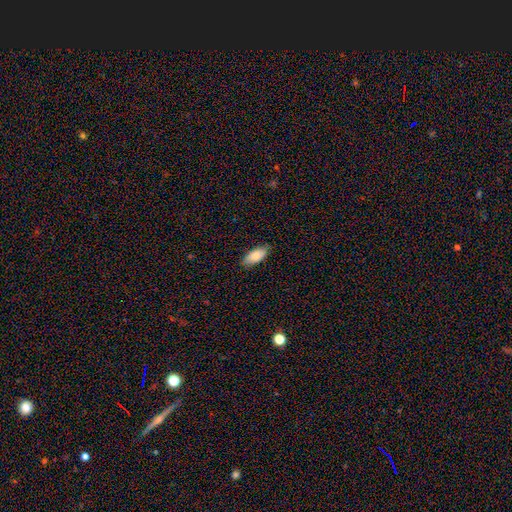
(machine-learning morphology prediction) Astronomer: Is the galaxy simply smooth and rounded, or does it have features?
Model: smooth — 84%.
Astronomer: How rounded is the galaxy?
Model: in between — 86%.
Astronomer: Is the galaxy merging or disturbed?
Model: none — 84%.